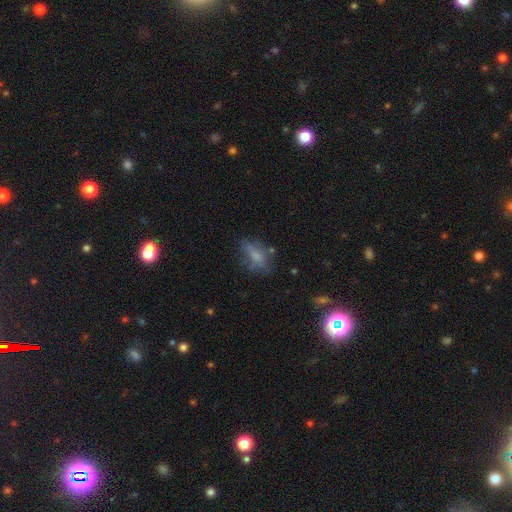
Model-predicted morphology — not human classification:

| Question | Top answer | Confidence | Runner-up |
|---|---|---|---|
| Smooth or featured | smooth | 59% | featured or disk (29%) |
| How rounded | in between | 77% | round (15%) |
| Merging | none | 50% | minor disturbance (26%) |